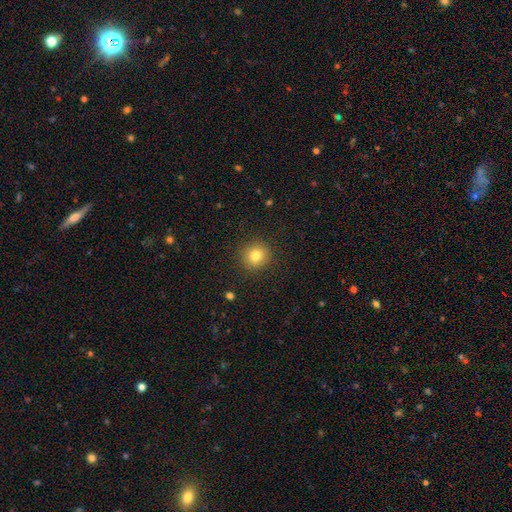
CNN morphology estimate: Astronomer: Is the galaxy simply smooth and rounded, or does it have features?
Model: smooth — 80%.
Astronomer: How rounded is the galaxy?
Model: round — 91%.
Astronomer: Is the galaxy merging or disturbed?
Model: none — 90%.